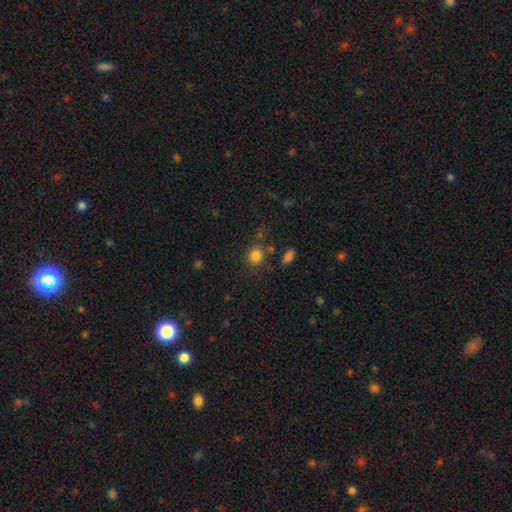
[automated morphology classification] Smooth or featured: smooth — 82% (star or artifact — 12%)
How rounded: round — 81% (in between — 18%)
Merging: none — 77% (minor disturbance — 12%)